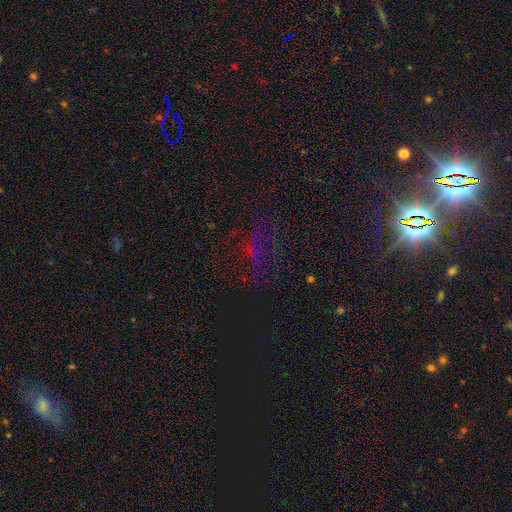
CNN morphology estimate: Smooth or featured? star or artifact (71%)